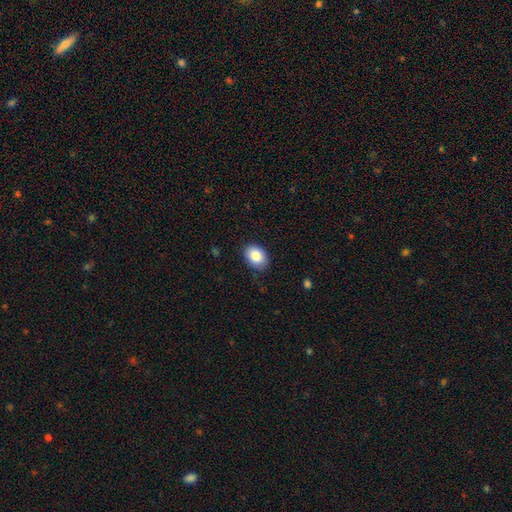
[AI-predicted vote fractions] smooth 86%, star or artifact 8%, featured or disk 6%. Down the decision tree: how rounded — in between (75%); merging — none (84%).